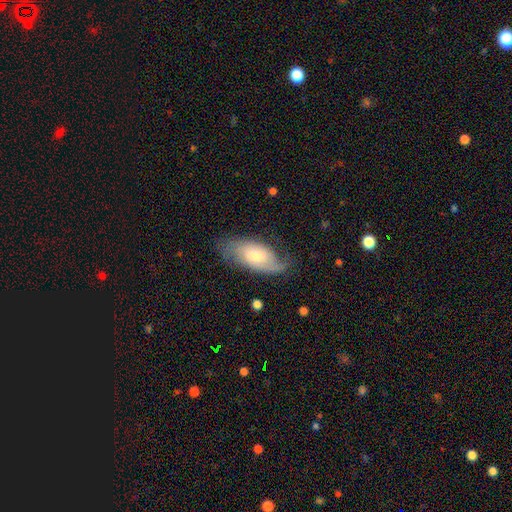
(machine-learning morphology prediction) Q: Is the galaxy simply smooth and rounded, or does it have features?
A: featured or disk — 56%.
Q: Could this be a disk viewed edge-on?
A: no — 90%.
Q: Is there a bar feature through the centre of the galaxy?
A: no — 66%.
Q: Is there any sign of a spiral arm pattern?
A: yes — 85%.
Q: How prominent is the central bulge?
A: moderate — 46%.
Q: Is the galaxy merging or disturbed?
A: none — 63%.